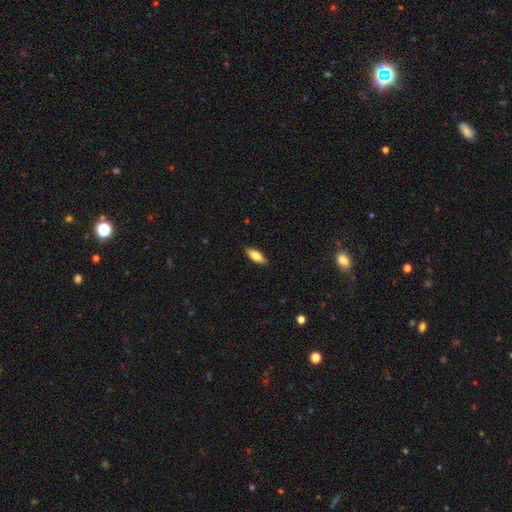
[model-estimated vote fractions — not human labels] smooth-or-featured: smooth: 80% | featured or disk: 14% | star or artifact: 6%
  how-rounded: in between: 72% | cigar-shaped: 26% | round: 2%
  merging: none: 88% | minor disturbance: 9% | major disturbance: 2% | merger: 1%